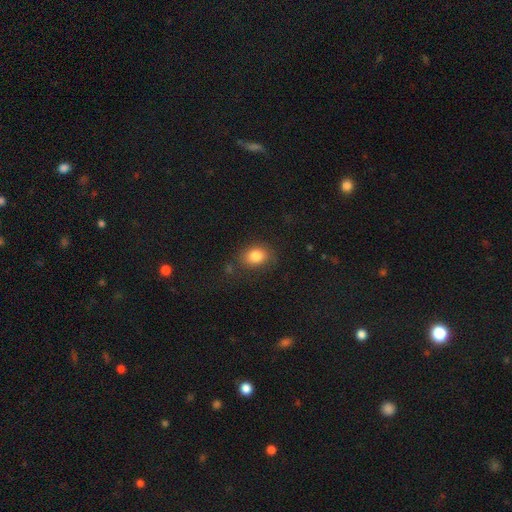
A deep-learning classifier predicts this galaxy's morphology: smooth 82%, star or artifact 10%, featured or disk 8%. Down the decision tree: how rounded — in between (63%); merging — none (77%).